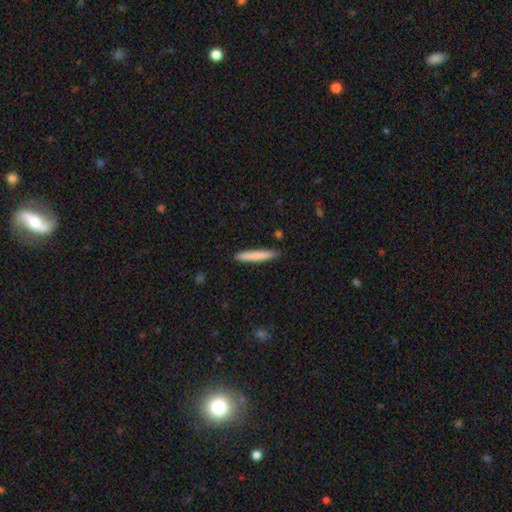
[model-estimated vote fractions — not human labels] This appears to be a smooth galaxy with no disk features (80%) that is cigar-shaped (94%). Merging: none (88%).